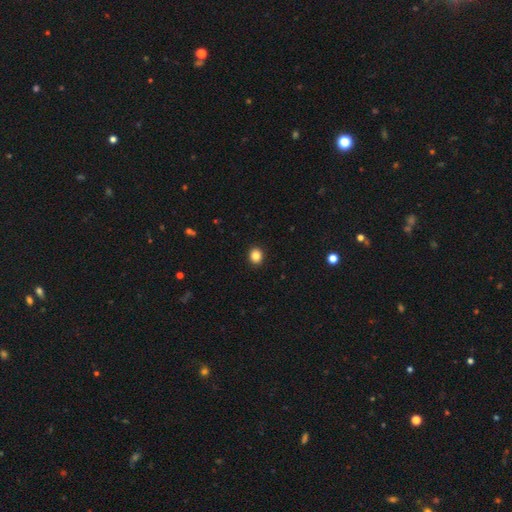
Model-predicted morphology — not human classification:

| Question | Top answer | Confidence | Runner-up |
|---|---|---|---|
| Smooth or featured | smooth | 85% | star or artifact (10%) |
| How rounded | round | 79% | in between (20%) |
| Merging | none | 93% | minor disturbance (5%) |